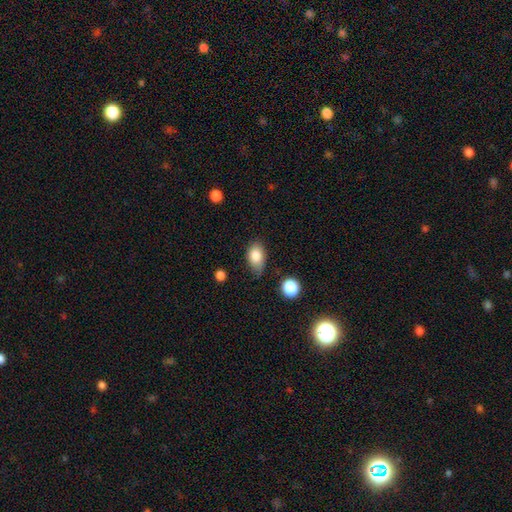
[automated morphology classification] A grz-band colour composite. It shows a smooth galaxy with no disk features (84%) that is in between round and cigar-shaped (87%). Merging: none (61%).